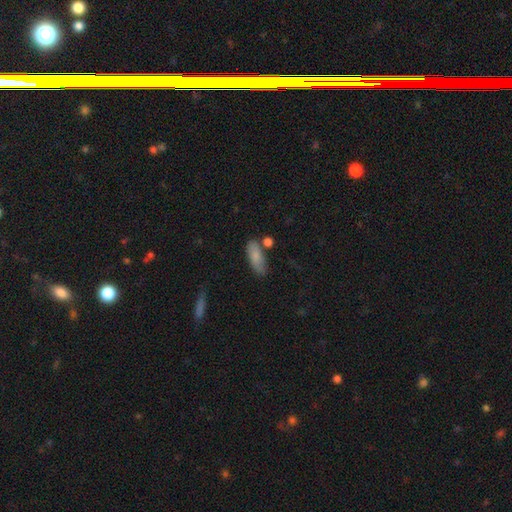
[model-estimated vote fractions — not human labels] Smooth or featured? Predicted: smooth (p=0.83). How rounded? Predicted: in between (p=0.74). Merging? Predicted: none (p=0.70).